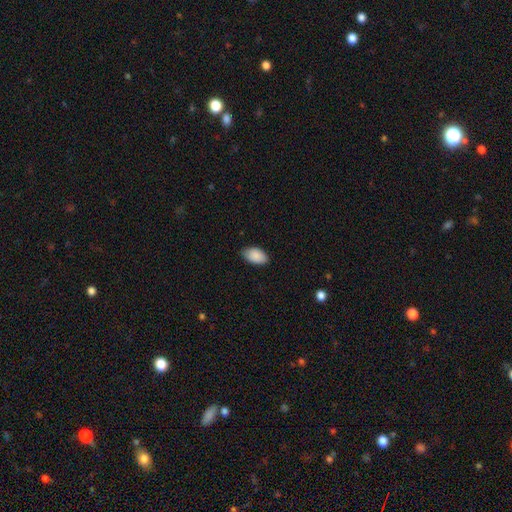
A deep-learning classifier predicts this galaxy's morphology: This appears to be a smooth galaxy with no disk features (89%) that is in between round and cigar-shaped (94%). Merging: none (82%).